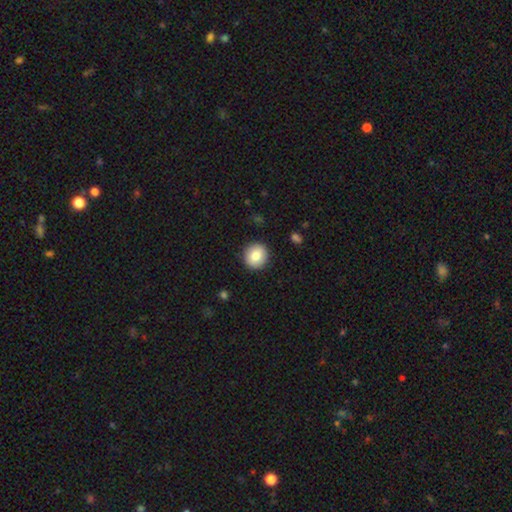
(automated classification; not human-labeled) Smooth or featured?
  - smooth: 84% *
  - featured or disk: 9%
  - star or artifact: 8%
How rounded?
  - round: 93% *
  - in between: 7%
  - cigar-shaped: 1%
Merging?
  - none: 91% *
  - minor disturbance: 6%
  - major disturbance: 2%
  - merger: 1%